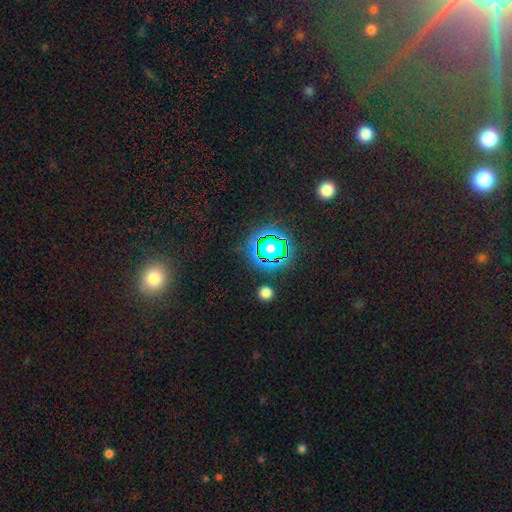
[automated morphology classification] Smooth or featured: star or artifact — 64% (smooth — 28%)